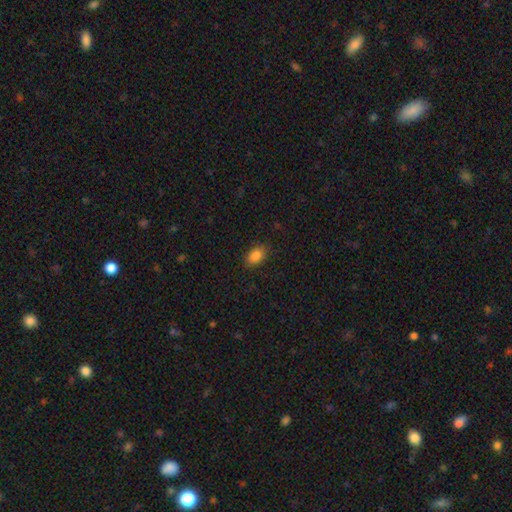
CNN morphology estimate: Smooth or featured? Predicted: smooth (p=0.86). How rounded? Predicted: in between (p=0.83). Merging? Predicted: none (p=0.83).